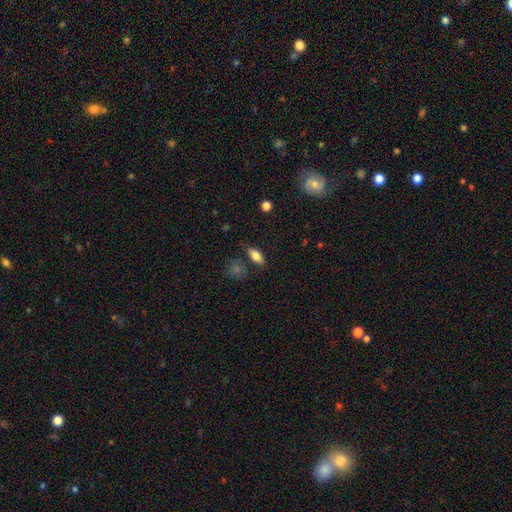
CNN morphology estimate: The model was most divided on "merging": none: 79%, minor disturbance: 14%, merger: 4%, major disturbance: 4%. More confident: how rounded — in between (84%); smooth or featured — smooth (79%).